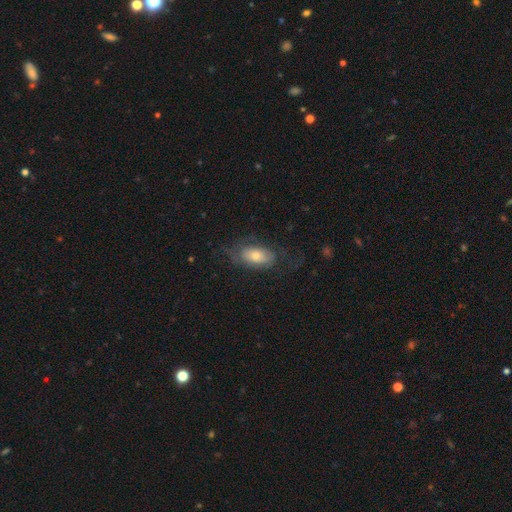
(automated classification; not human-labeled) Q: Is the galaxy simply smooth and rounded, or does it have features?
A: smooth — 54%.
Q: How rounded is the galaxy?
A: in between — 90%.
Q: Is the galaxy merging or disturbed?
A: none — 58%.